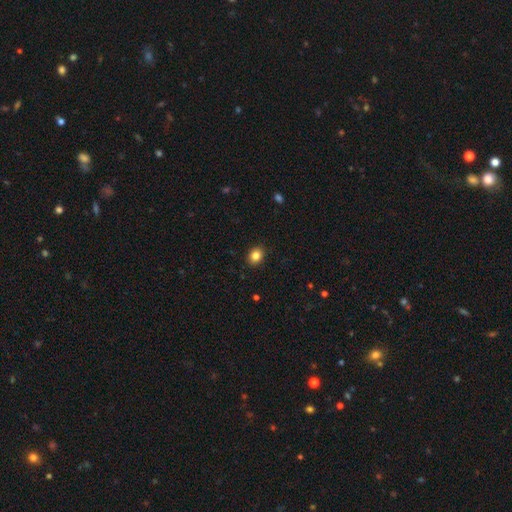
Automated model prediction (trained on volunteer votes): Overall: smooth (84%). How rounded: round (55%; in between 44%). Merging: none (90%).